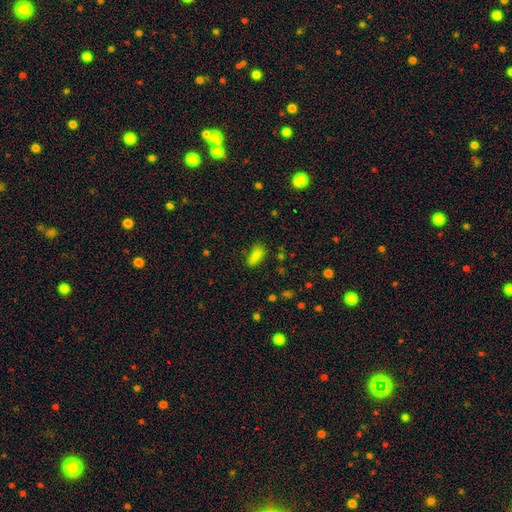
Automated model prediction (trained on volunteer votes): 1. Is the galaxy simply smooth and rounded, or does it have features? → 83% smooth, 12% star or artifact, 4% featured or disk.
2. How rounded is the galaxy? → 80% in between, 16% cigar-shaped, 4% round.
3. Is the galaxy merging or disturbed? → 73% none, 19% minor disturbance, 5% major disturbance, 3% merger.